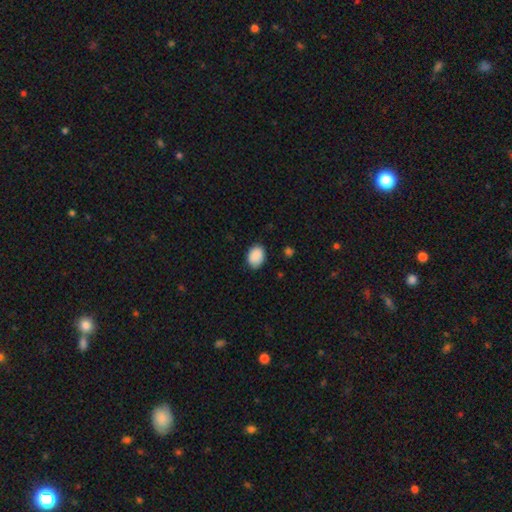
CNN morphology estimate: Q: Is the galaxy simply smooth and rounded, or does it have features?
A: smooth — 90%.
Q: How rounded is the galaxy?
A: in between — 70%.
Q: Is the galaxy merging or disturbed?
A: none — 83%.